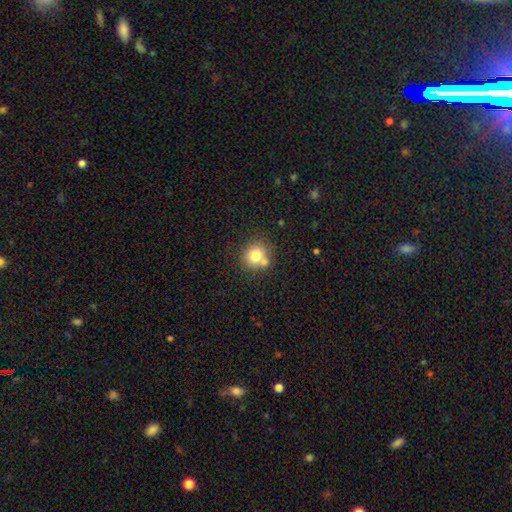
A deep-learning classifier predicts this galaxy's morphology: smooth-or-featured: smooth: 76% | featured or disk: 12% | star or artifact: 11%
  how-rounded: round: 84% | in between: 15% | cigar-shaped: 1%
  merging: none: 63% | merger: 23% | minor disturbance: 11% | major disturbance: 3%